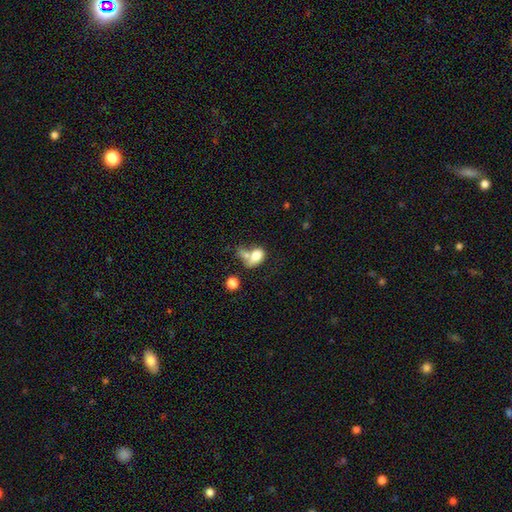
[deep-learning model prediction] Smooth or featured: smooth — 75% (featured or disk — 16%)
How rounded: in between — 80% (round — 18%)
Merging: merger — 54% (none — 19%)